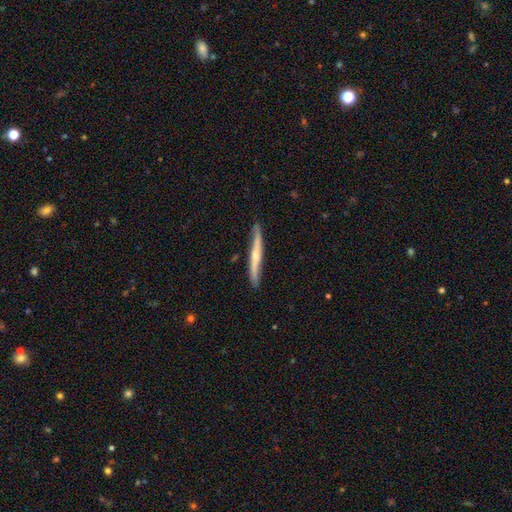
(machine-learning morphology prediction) This is likely a featured or disk galaxy (64%). It is clearly viewed edge-on (91%). Edge-on bulge: likely rounded (71%). Merging: clearly none (84%).